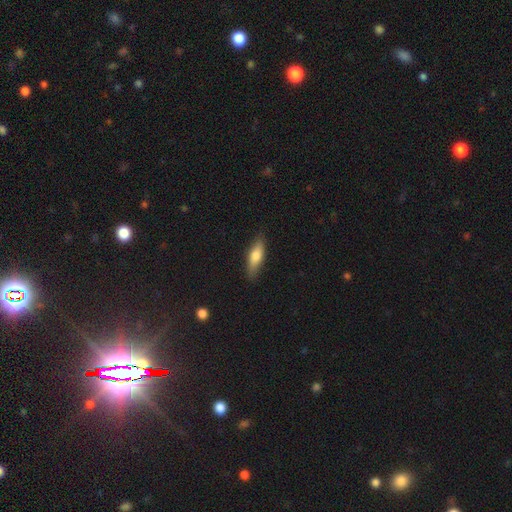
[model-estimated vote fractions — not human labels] Smooth or featured? Predicted: smooth (p=0.67). How rounded? Predicted: in between (p=0.49). Merging? Predicted: none (p=0.84).